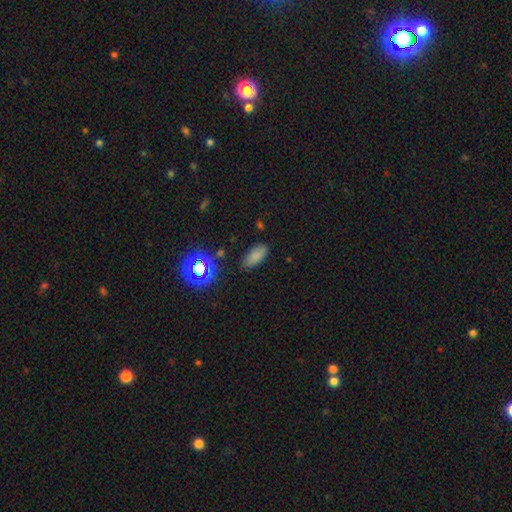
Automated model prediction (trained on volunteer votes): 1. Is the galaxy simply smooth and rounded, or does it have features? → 75% smooth, 18% star or artifact, 7% featured or disk.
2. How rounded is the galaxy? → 87% in between, 9% cigar-shaped, 4% round.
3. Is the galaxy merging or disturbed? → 81% none, 13% minor disturbance, 4% major disturbance, 2% merger.